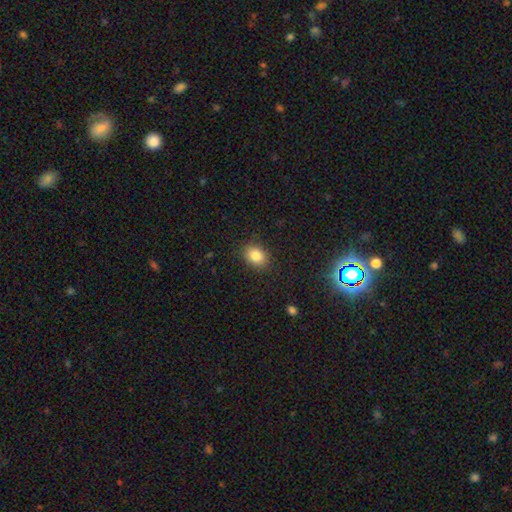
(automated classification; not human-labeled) This is clearly a smooth galaxy (83%). How rounded: likely in between (66%). Merging: clearly none (87%).